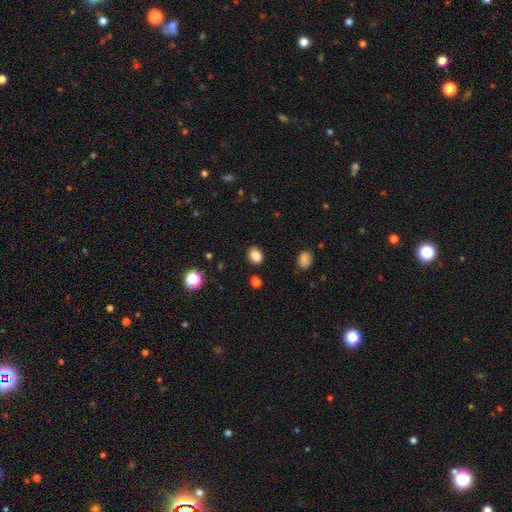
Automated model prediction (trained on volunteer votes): This appears to be a smooth galaxy with no disk features (85%) that is in between round and cigar-shaped (57%). Merging: none (85%).